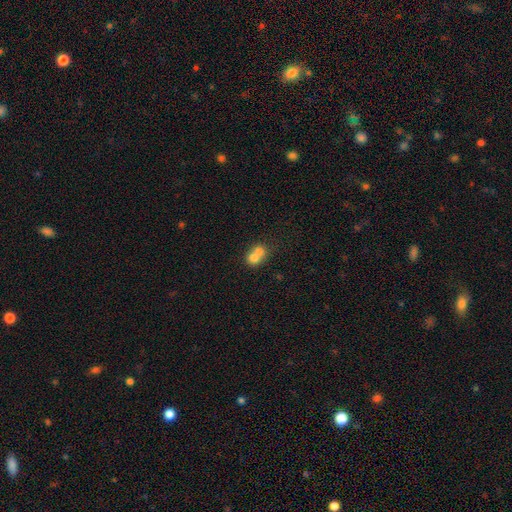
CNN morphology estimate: Smooth or featured? smooth (72%)
How rounded? round (71%)
Merging? merger (70%)